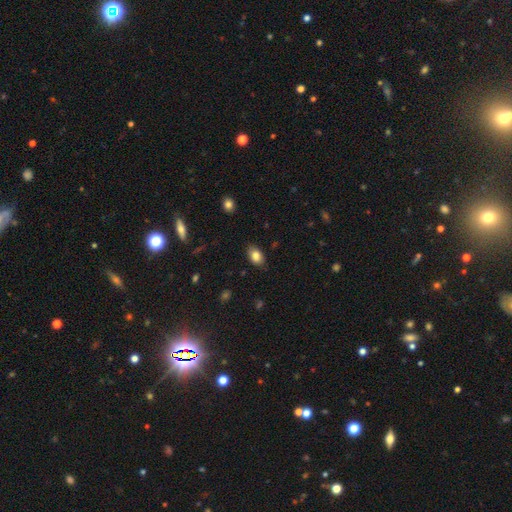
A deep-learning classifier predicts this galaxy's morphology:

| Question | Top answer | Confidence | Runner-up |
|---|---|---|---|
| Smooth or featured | smooth | 83% | featured or disk (9%) |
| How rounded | in between | 88% | round (11%) |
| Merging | none | 84% | minor disturbance (12%) |